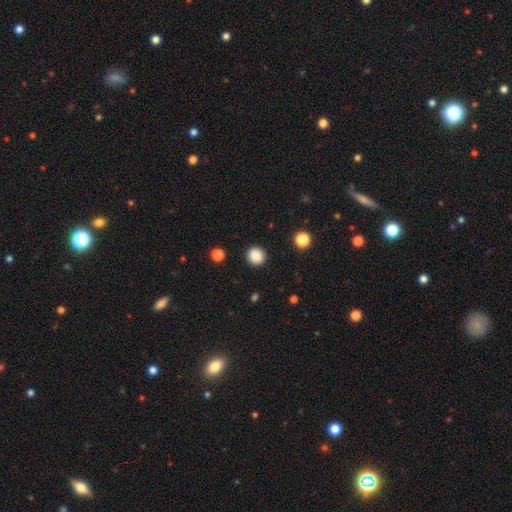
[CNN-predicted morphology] Overall: smooth (87%). How rounded: round (92%). Merging: none (92%).